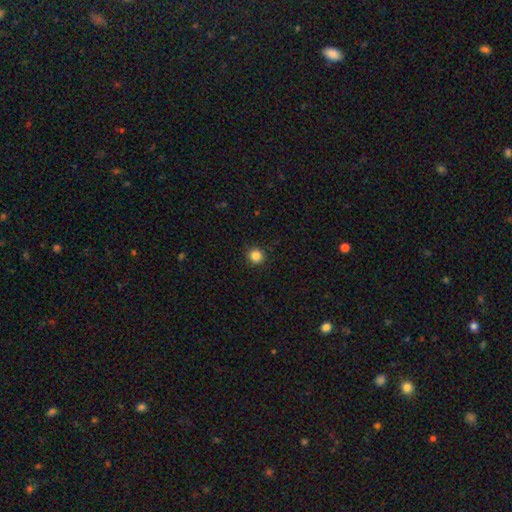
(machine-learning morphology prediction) Smooth or featured? Predicted: smooth (p=0.86). How rounded? Predicted: round (p=0.94). Merging? Predicted: none (p=0.91).